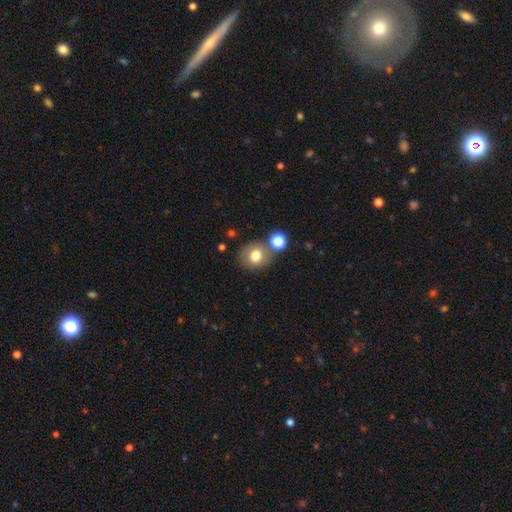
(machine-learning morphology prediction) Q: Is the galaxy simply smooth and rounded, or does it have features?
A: smooth — 75%.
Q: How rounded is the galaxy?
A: round — 79%.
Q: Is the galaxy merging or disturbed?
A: none — 70%.